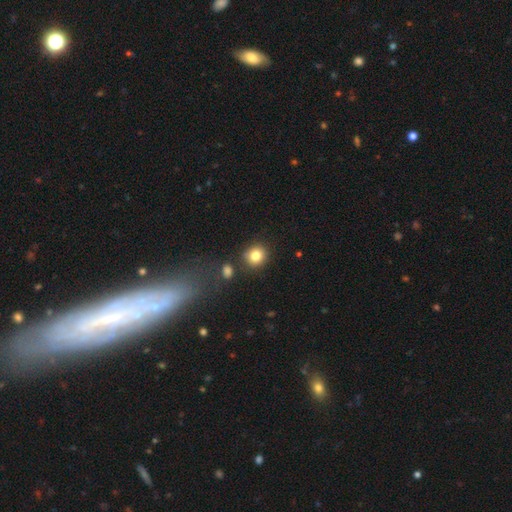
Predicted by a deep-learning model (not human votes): A smooth galaxy with no disk features (82%) that is round (86%). Merging: none (81%).